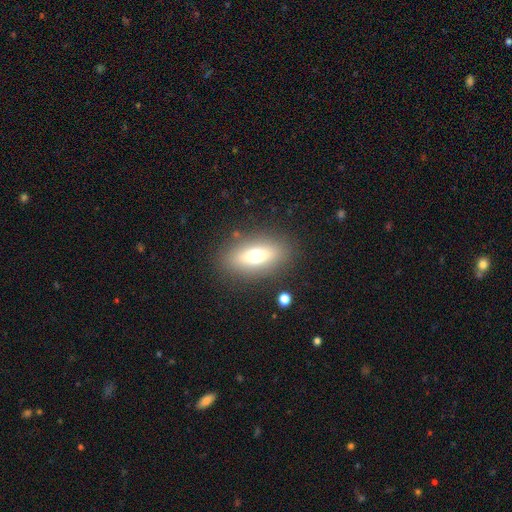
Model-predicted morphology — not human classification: Smooth or featured: smooth — 64% (featured or disk — 25%)
How rounded: in between — 78% (cigar-shaped — 13%)
Merging: none — 84% (minor disturbance — 9%)